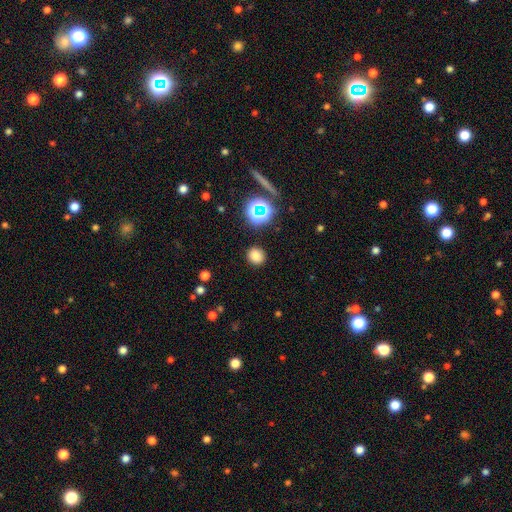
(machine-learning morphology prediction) A smooth galaxy with no disk features (77%) that is round (83%).

Vote fractions:
- Smooth or featured? smooth: 77% / star or artifact: 18% / featured or disk: 6%
- How rounded? round: 83% / in between: 16% / cigar-shaped: 1%
- Merging? none: 88% / minor disturbance: 7% / major disturbance: 3% / merger: 2%